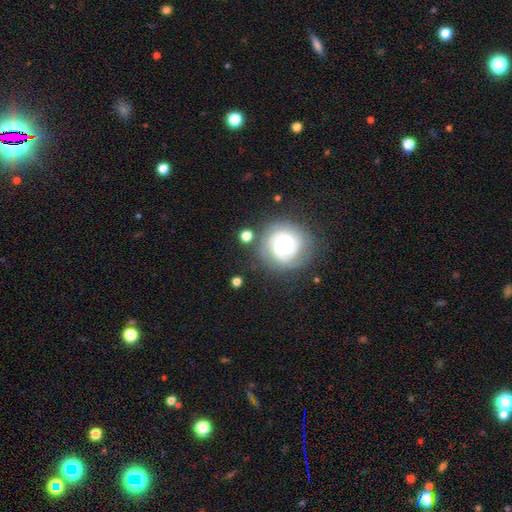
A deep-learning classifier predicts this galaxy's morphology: Smooth or featured? Predicted: smooth (p=0.51). How rounded? Predicted: round (p=0.92). Merging? Predicted: none (p=0.84).